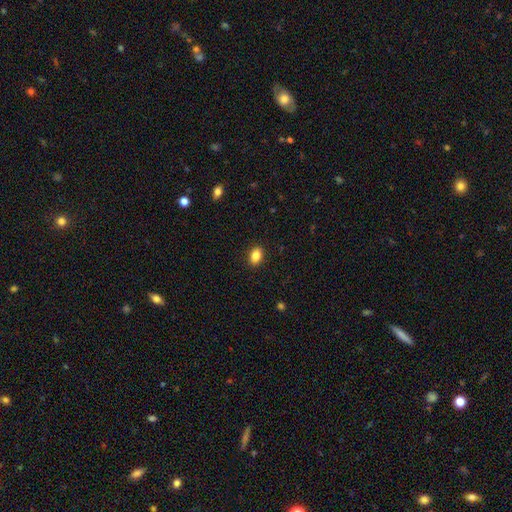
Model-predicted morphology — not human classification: Smooth or featured? smooth (86%)
How rounded? in between (81%)
Merging? none (89%)